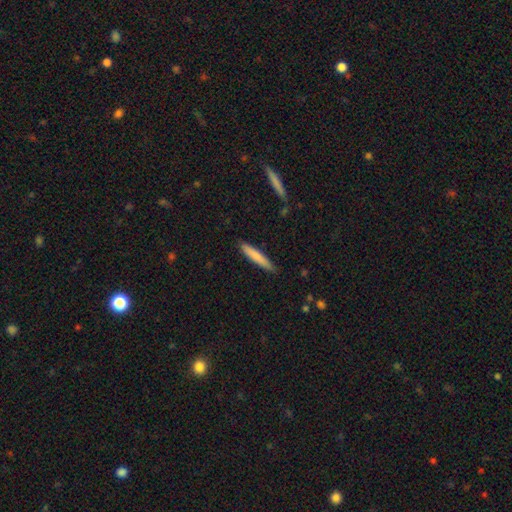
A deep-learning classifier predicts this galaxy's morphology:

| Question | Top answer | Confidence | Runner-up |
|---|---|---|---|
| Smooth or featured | smooth | 78% | featured or disk (16%) |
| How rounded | cigar-shaped | 91% | in between (7%) |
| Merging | none | 87% | minor disturbance (10%) |